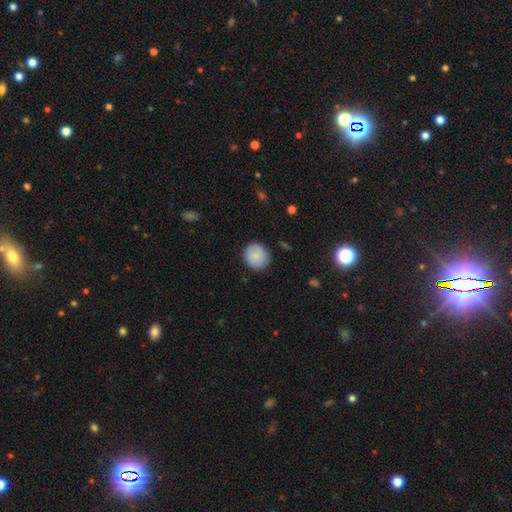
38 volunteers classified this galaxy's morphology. This appears to be a smooth galaxy with no disk features (89%) that is round (85%). Merging: none (86%).